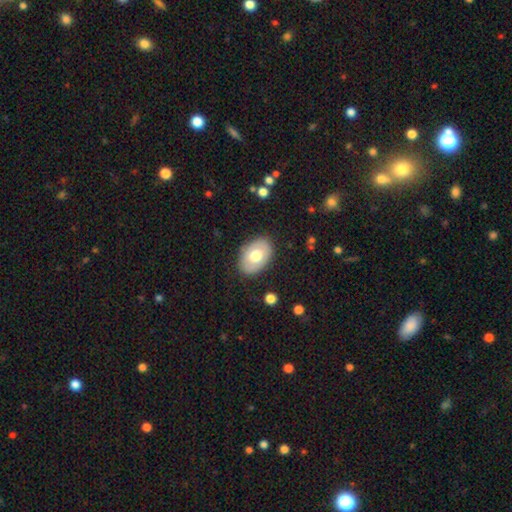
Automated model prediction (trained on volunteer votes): smooth 59%, featured or disk 35%, star or artifact 6%. Down the decision tree: how rounded — in between (85%); merging — none (84%).